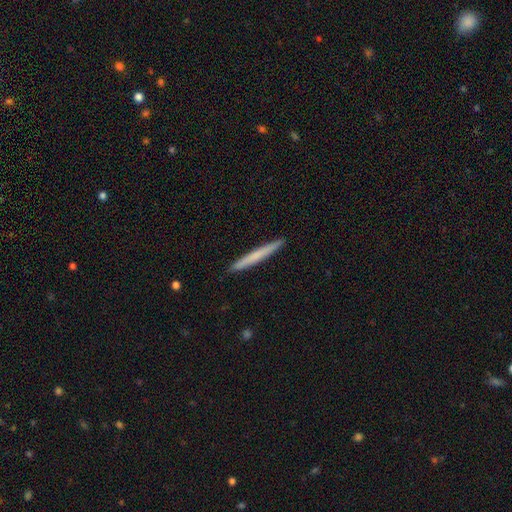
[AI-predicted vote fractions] Morphology: type=smooth (63%); roundness=cigar-shaped (97%); merging=none (93%).